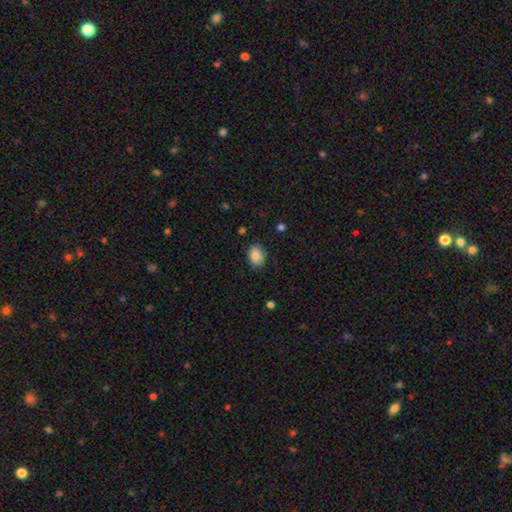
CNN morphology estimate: Smooth or featured? Predicted: smooth (p=0.87). How rounded? Predicted: in between (p=0.63). Merging? Predicted: none (p=0.83).